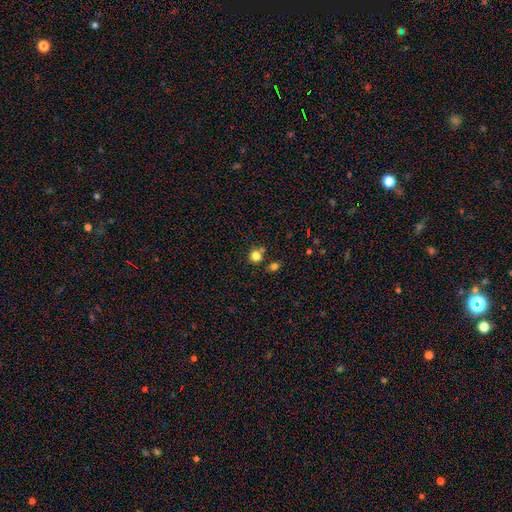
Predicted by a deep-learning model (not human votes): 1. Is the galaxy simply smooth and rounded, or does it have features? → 81% smooth, 14% star or artifact, 6% featured or disk.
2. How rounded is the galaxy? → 89% round, 10% in between, 1% cigar-shaped.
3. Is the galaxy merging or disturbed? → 70% none, 16% merger, 10% minor disturbance, 3% major disturbance.